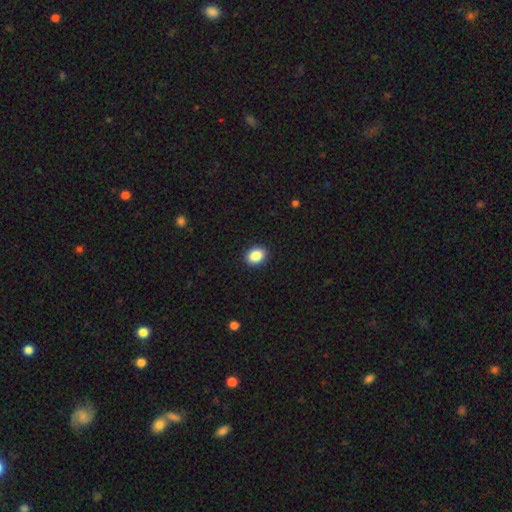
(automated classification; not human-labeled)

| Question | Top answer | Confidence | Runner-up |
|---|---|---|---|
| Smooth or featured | smooth | 88% | star or artifact (8%) |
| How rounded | in between | 63% | round (36%) |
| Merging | none | 91% | minor disturbance (6%) |